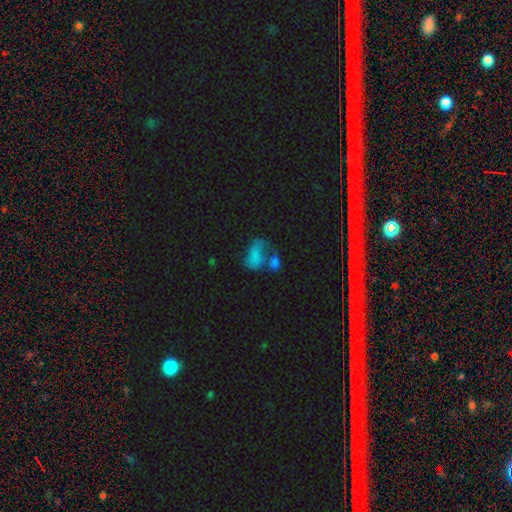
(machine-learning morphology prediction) Q: Smooth or featured?
A: smooth (62%); runner-up: featured or disk (22%)
Q: How rounded?
A: in between (83%); runner-up: round (14%)
Q: Merging?
A: merger (45%); runner-up: major disturbance (22%)